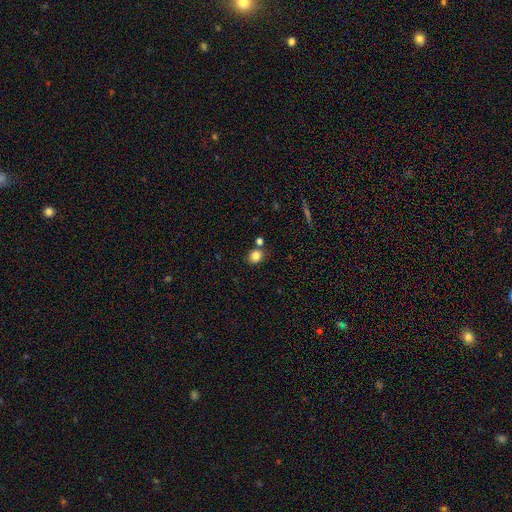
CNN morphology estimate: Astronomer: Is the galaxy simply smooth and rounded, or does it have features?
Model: smooth — 83%.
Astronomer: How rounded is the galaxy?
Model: round — 63%.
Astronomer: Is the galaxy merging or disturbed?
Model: none — 72%.